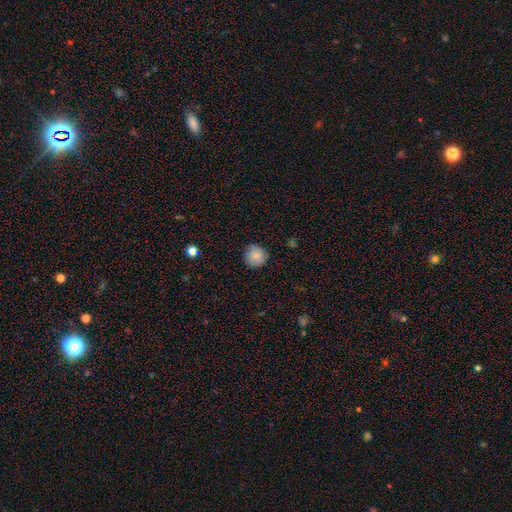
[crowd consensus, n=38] Q: Smooth or featured?
A: smooth (89%); runner-up: featured or disk (8%)
Q: How rounded?
A: round (94%); runner-up: in between (6%)
Q: Merging?
A: none (84%); runner-up: minor disturbance (16%)